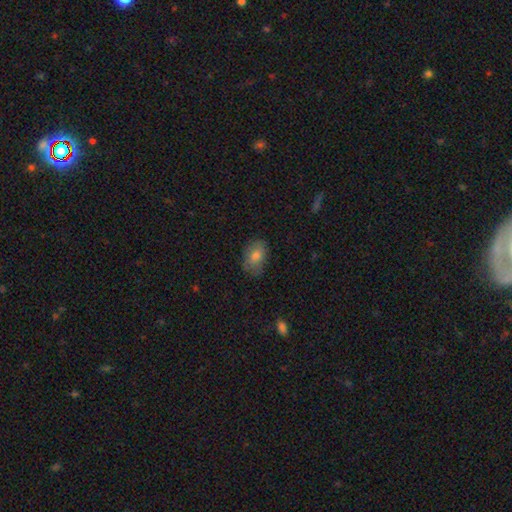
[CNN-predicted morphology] A smooth galaxy with no disk features (78%) that is in between round and cigar-shaped (85%). Merging: none (71%).